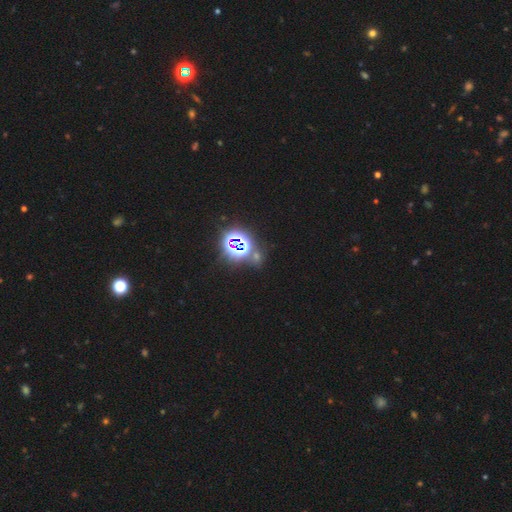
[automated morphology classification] Smooth or featured: star or artifact — 74% (smooth — 18%)